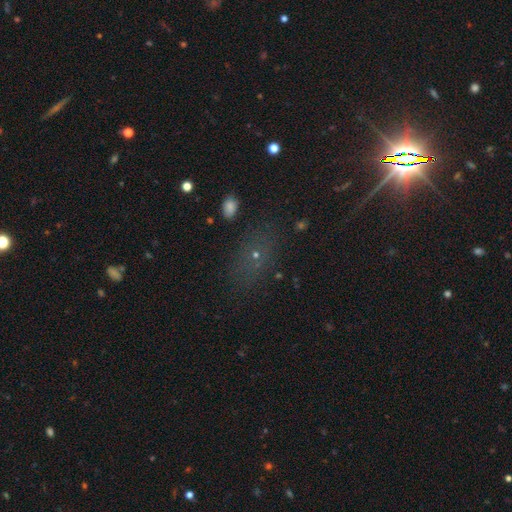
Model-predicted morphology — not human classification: type=star or artifact (44%).